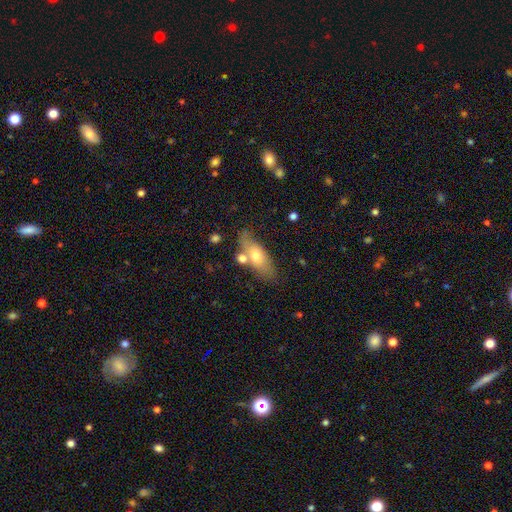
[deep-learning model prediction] The model was most divided on "smooth or featured": smooth: 64%, featured or disk: 29%, star or artifact: 7%. More confident: how rounded — in between (73%); merging — none (62%).